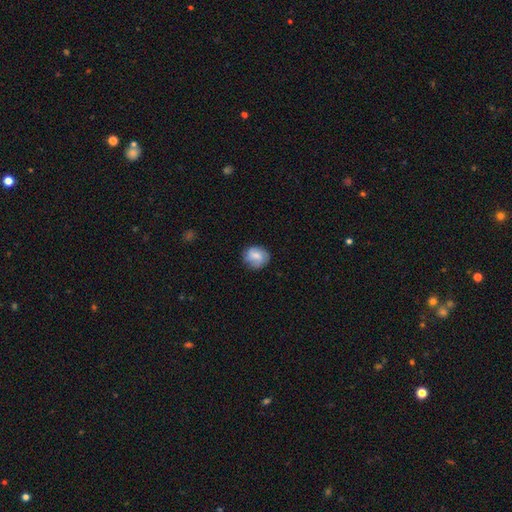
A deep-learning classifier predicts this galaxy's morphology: smooth_or_featured: smooth (p=0.65) [alt: featured or disk p=0.28]
how_rounded: round (p=0.72) [alt: in between p=0.27]
merging: none (p=0.73) [alt: minor disturbance p=0.20]